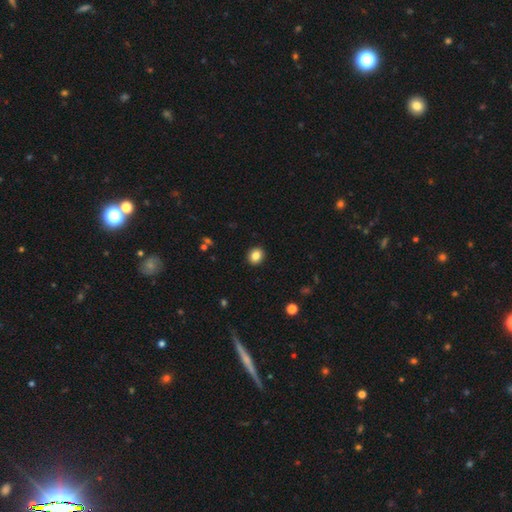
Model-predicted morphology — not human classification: Smooth or featured?
  - smooth: 85% *
  - star or artifact: 10%
  - featured or disk: 5%
How rounded?
  - round: 66% *
  - in between: 33%
  - cigar-shaped: 1%
Merging?
  - none: 92% *
  - minor disturbance: 6%
  - major disturbance: 2%
  - merger: 1%